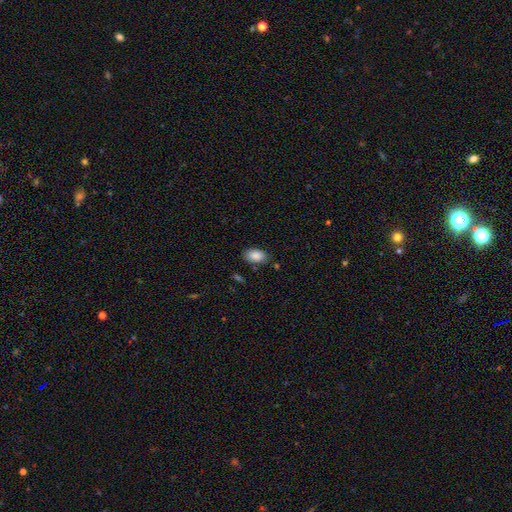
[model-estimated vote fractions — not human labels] A smooth galaxy with no disk features (88%) that is in between round and cigar-shaped (91%). Merging: none (80%).